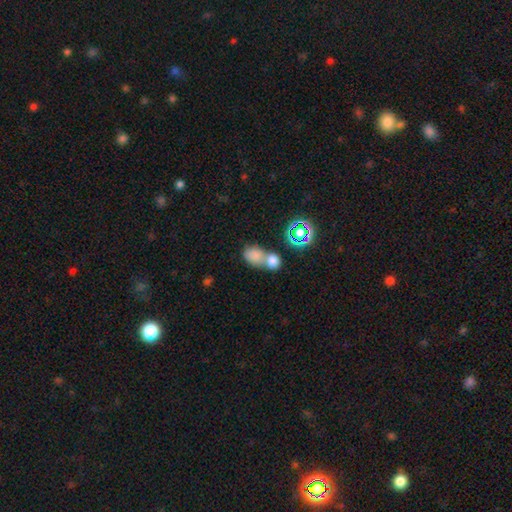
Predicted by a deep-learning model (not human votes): Q: Smooth or featured?
A: smooth (75%); runner-up: star or artifact (15%)
Q: How rounded?
A: in between (63%); runner-up: round (35%)
Q: Merging?
A: merger (63%); runner-up: none (26%)